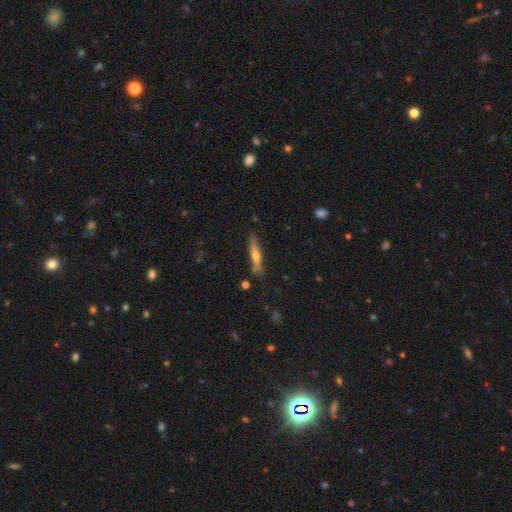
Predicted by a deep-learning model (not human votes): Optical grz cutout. It shows a smooth galaxy with no disk features (47%). Merging: none (80%).